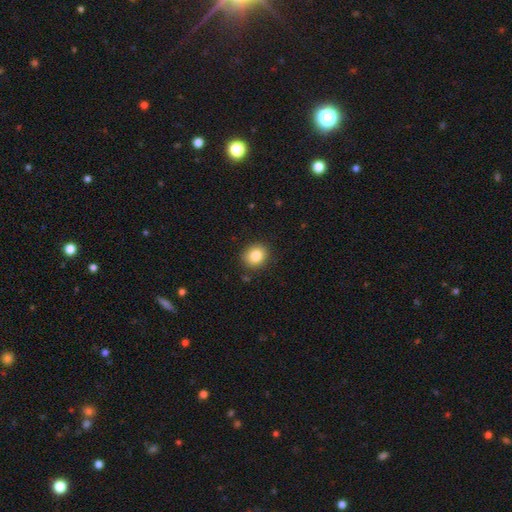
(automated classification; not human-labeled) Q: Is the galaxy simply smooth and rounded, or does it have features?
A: smooth — 84%.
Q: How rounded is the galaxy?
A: round — 75%.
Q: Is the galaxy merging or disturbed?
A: none — 87%.